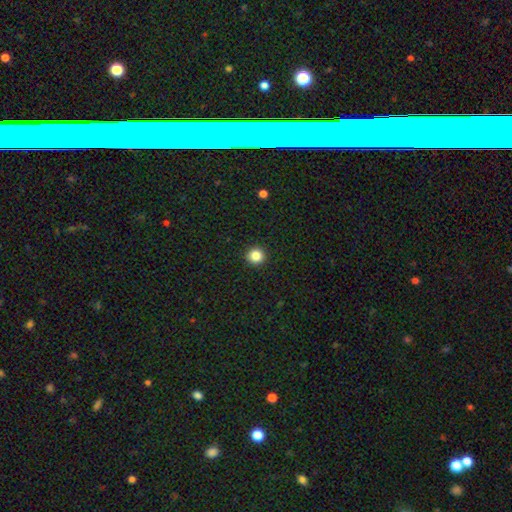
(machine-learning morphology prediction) This is clearly a smooth galaxy (85%). How rounded: clearly round (95%). Merging: clearly none (93%).